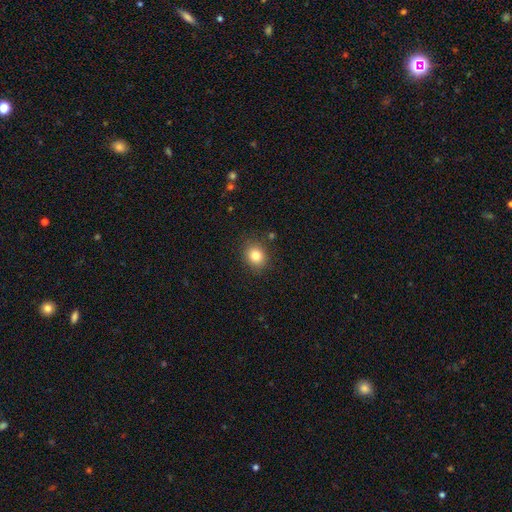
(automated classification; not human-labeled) Smooth or featured? Predicted: smooth (p=0.82). How rounded? Predicted: round (p=0.70). Merging? Predicted: none (p=0.86).